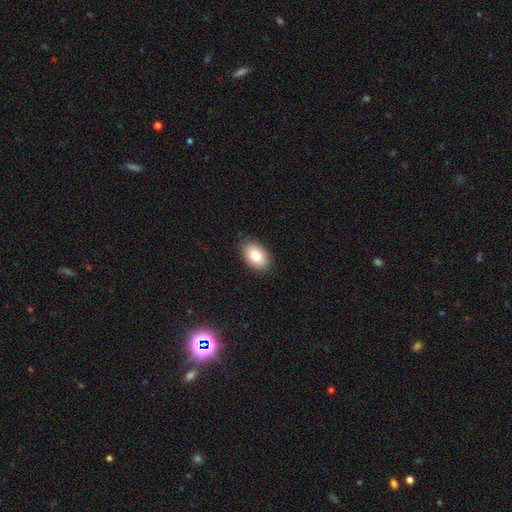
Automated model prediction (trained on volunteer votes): A smooth galaxy with no disk features (83%) that is in between round and cigar-shaped (90%). Merging: none (87%).